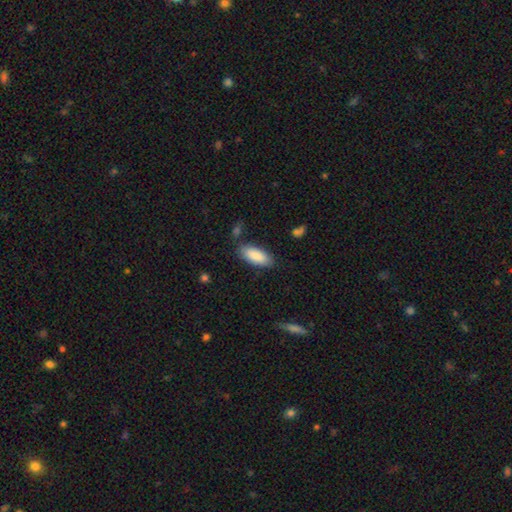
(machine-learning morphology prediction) Overall: smooth (88%). How rounded: in between (81%). Merging: none (82%).